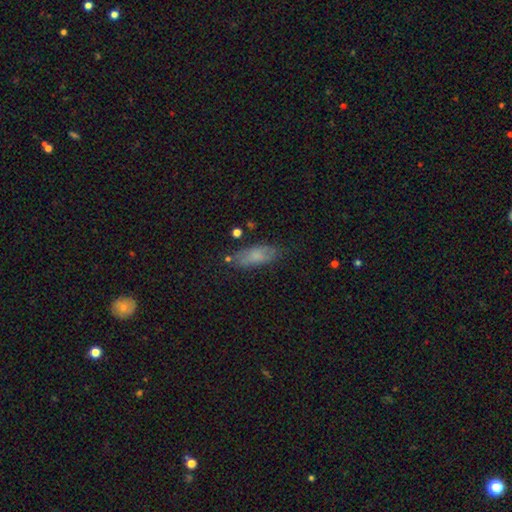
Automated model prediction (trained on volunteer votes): smooth 72%, featured or disk 19%, star or artifact 9%. Down the decision tree: how rounded — in between (71%); merging — none (69%).